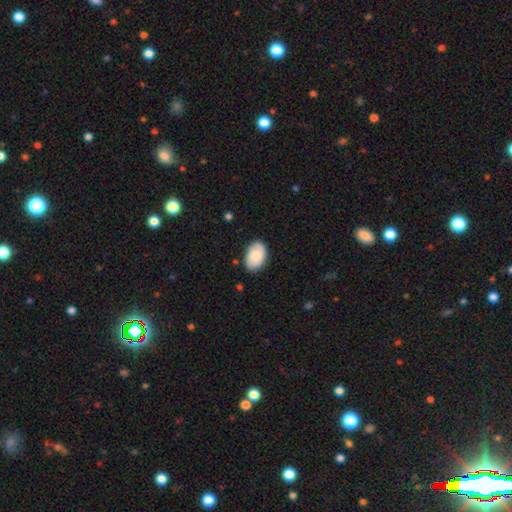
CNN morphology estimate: Smooth or featured? smooth (78%)
How rounded? in between (89%)
Merging? none (79%)